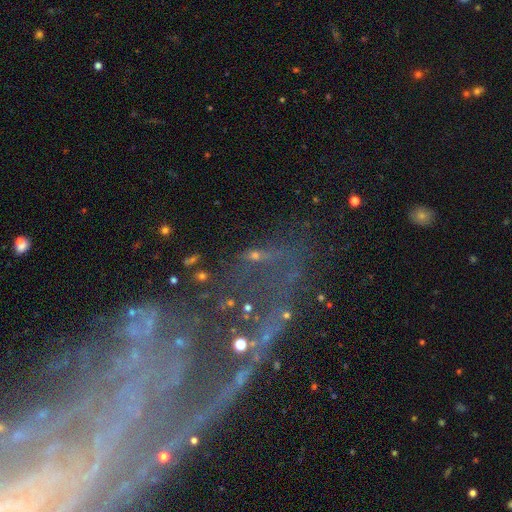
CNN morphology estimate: The model was most divided on "smooth or featured": star or artifact: 39%, featured or disk: 36%, smooth: 24%.